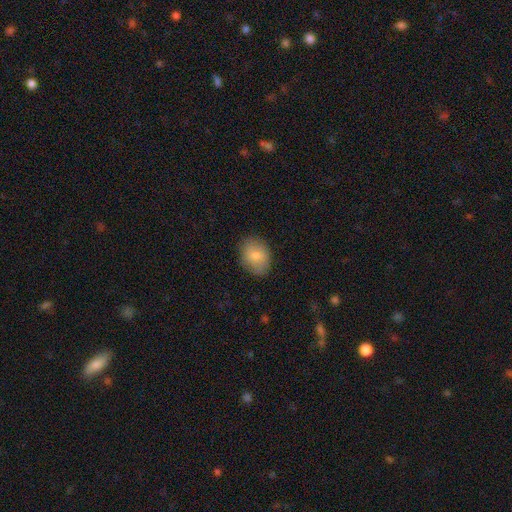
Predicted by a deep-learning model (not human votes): Smooth or featured? smooth (79%)
How rounded? in between (67%)
Merging? none (81%)